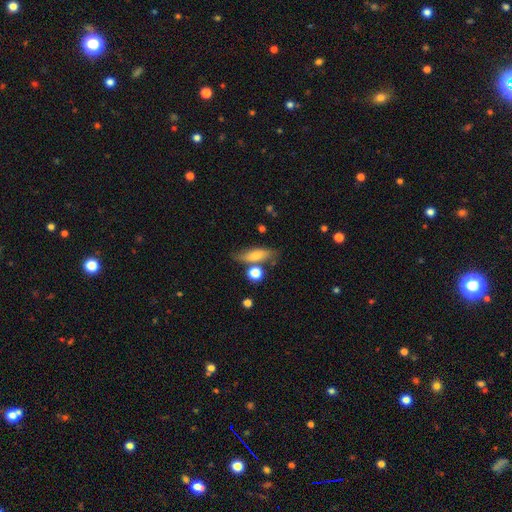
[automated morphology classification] A smooth galaxy with no disk features (71%) that is in between round and cigar-shaped (51%). Merging: none (62%).